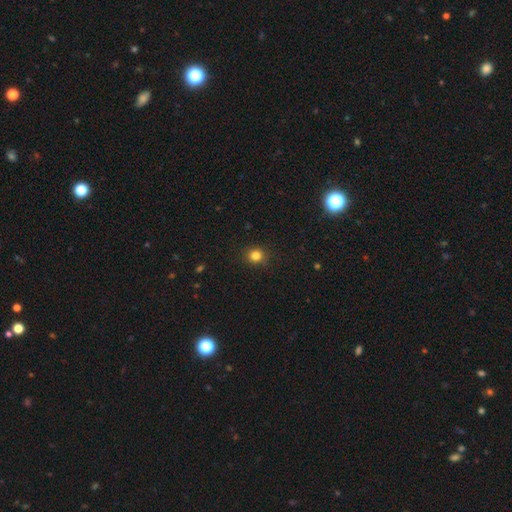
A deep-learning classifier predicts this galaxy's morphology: smooth 82%, star or artifact 13%, featured or disk 5%. Down the decision tree: how rounded — round (88%); merging — none (89%).